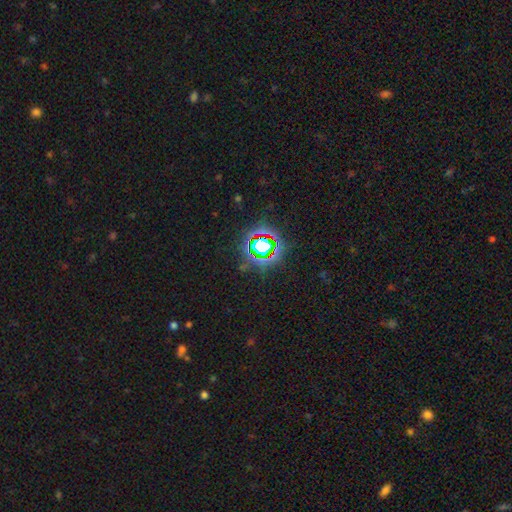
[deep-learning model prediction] This is likely a star or artifact rather than a galaxy (78%).